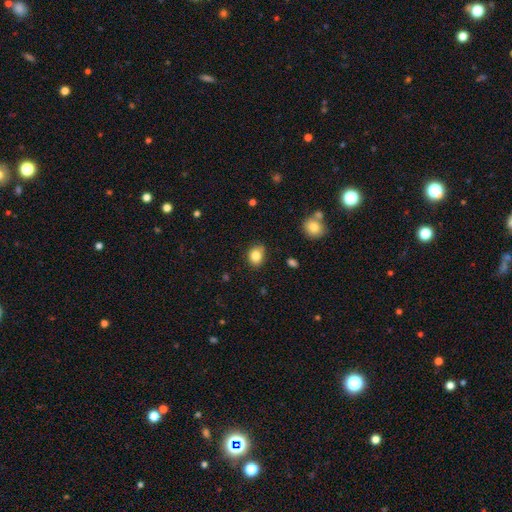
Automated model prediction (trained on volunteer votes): Overall: smooth (84%). How rounded: round (58%; in between 41%). Merging: none (75%).